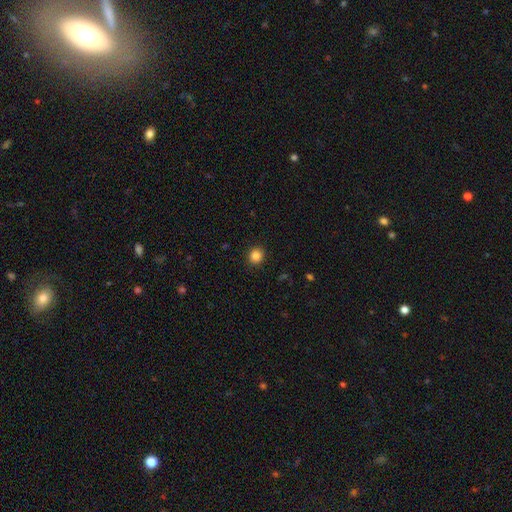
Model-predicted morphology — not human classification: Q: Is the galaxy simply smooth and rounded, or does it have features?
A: smooth — 85%.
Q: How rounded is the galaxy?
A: round — 87%.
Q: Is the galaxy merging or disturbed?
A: none — 92%.